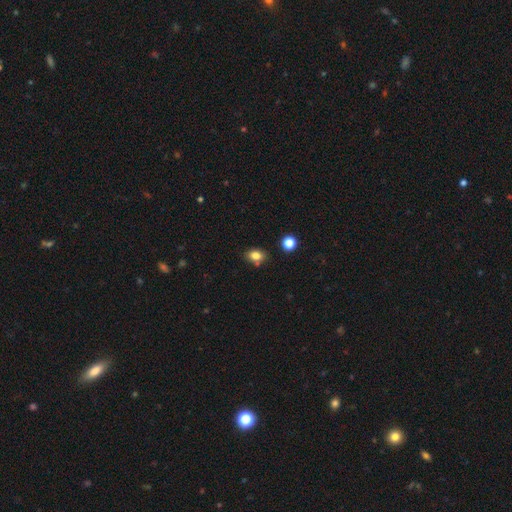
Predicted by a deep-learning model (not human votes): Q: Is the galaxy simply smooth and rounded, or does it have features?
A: smooth — 82%.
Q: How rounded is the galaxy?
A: in between — 65%.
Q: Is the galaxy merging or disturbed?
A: none — 75%.